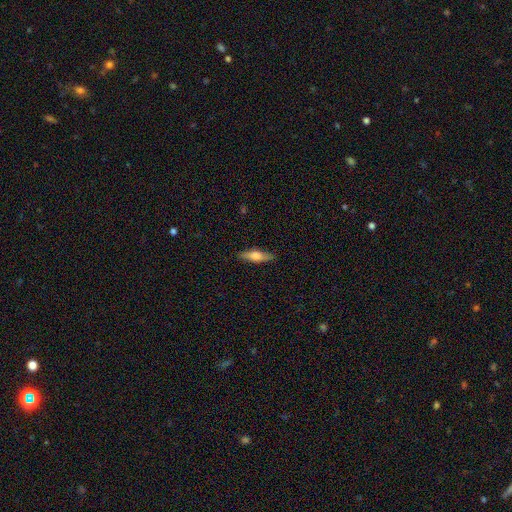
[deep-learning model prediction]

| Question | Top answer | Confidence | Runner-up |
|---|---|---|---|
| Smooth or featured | smooth | 53% | featured or disk (41%) |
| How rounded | cigar-shaped | 62% | in between (35%) |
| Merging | none | 87% | minor disturbance (10%) |